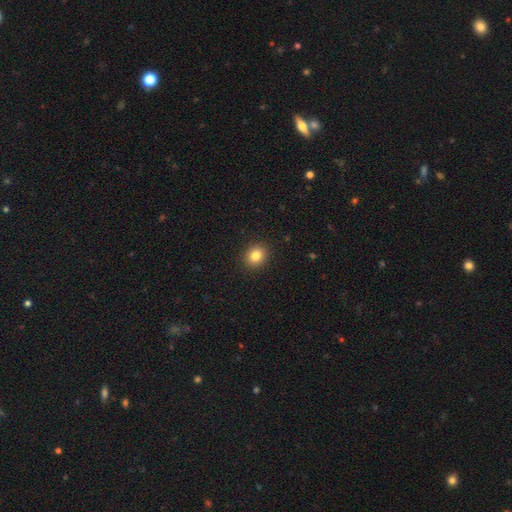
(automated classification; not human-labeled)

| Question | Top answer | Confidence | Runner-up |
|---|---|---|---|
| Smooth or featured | smooth | 83% | star or artifact (11%) |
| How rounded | round | 71% | in between (28%) |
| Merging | none | 91% | minor disturbance (6%) |